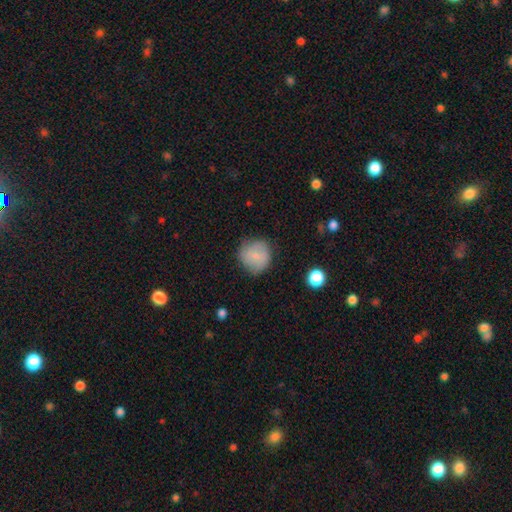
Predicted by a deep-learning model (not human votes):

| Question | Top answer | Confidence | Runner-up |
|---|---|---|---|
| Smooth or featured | smooth | 75% | featured or disk (17%) |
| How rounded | round | 90% | in between (9%) |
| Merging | none | 74% | minor disturbance (20%) |